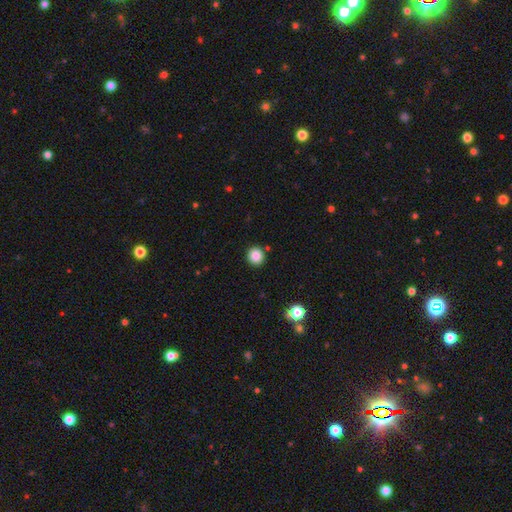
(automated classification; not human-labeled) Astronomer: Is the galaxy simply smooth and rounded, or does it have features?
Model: smooth — 86%.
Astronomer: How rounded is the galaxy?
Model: round — 89%.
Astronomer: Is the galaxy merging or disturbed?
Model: none — 90%.